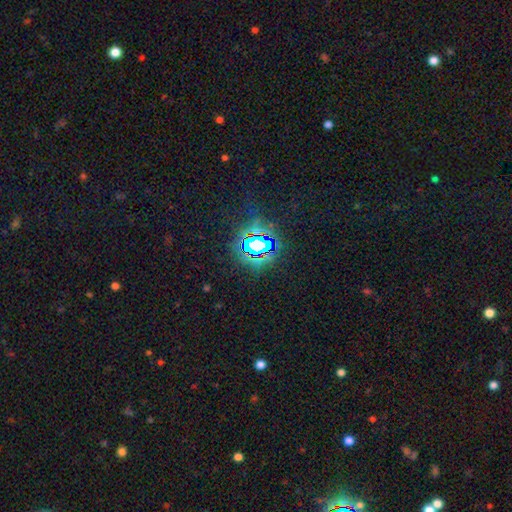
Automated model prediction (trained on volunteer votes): Smooth or featured?
  - star or artifact: 75% *
  - smooth: 15%
  - featured or disk: 10%